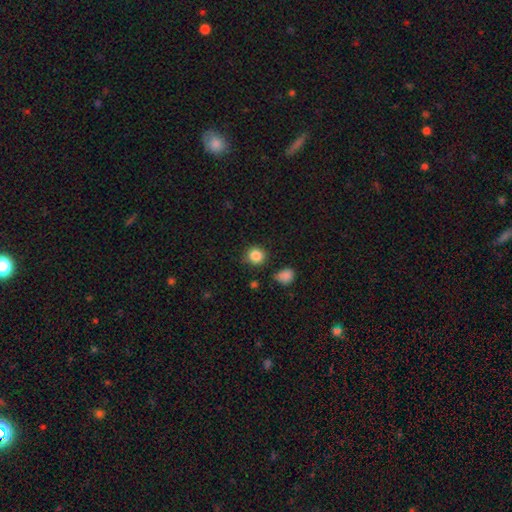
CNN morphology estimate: The model was most divided on "merging": none: 82%, minor disturbance: 11%, merger: 3%, major disturbance: 3%. More confident: how rounded — round (91%); smooth or featured — smooth (86%).